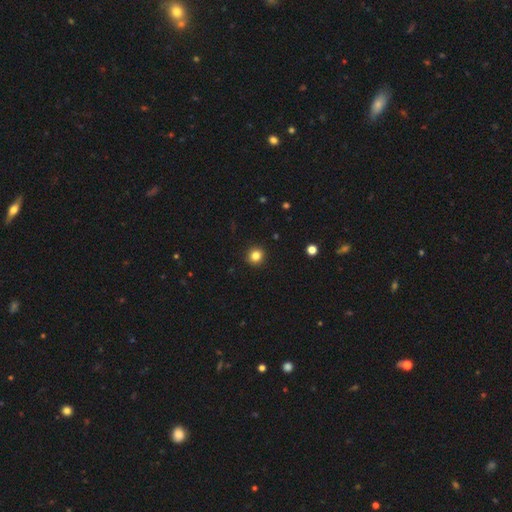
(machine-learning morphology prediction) A smooth galaxy with no disk features (83%) that is round (91%).

Vote fractions:
- Smooth or featured? smooth: 83% / star or artifact: 12% / featured or disk: 5%
- How rounded? round: 91% / in between: 8% / cigar-shaped: 1%
- Merging? none: 93% / minor disturbance: 5% / major disturbance: 2% / merger: 1%